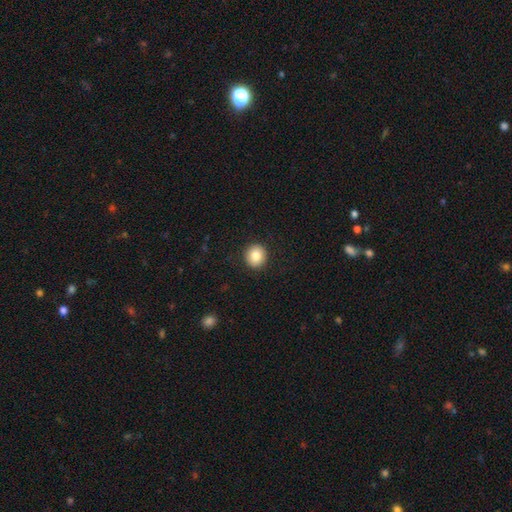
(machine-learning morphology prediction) Smooth or featured?
  - smooth: 83% *
  - star or artifact: 9%
  - featured or disk: 8%
How rounded?
  - round: 89% *
  - in between: 10%
  - cigar-shaped: 1%
Merging?
  - none: 92% *
  - minor disturbance: 5%
  - major disturbance: 2%
  - merger: 1%